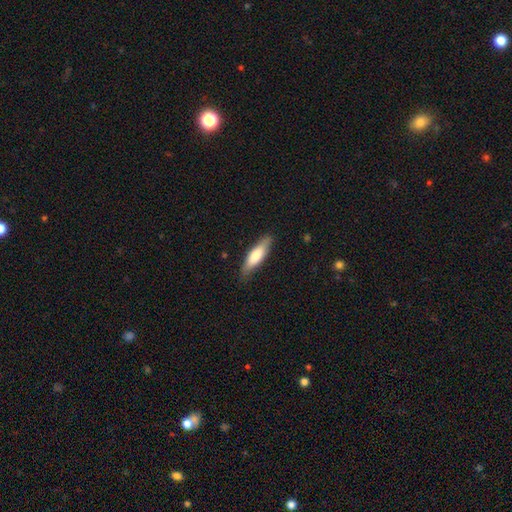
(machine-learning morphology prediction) Smooth or featured?
  - smooth: 71% *
  - featured or disk: 23%
  - star or artifact: 5%
How rounded?
  - cigar-shaped: 63% *
  - in between: 35%
  - round: 2%
Merging?
  - none: 82% *
  - minor disturbance: 14%
  - major disturbance: 3%
  - merger: 1%